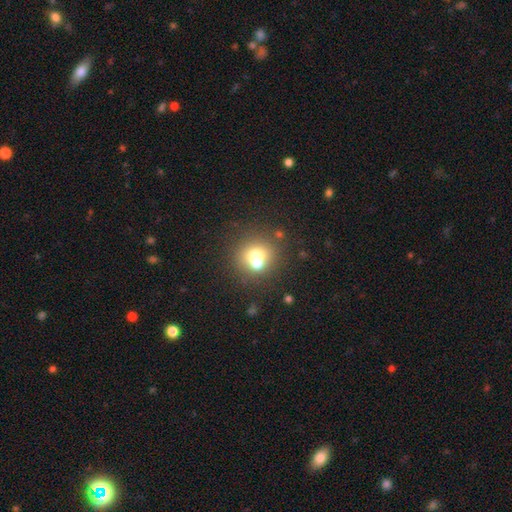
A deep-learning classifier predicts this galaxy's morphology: Smooth or featured?
  - smooth: 64% *
  - featured or disk: 21%
  - star or artifact: 14%
How rounded?
  - round: 85% *
  - in between: 14%
  - cigar-shaped: 1%
Merging?
  - none: 46% *
  - merger: 44%
  - minor disturbance: 7%
  - major disturbance: 4%